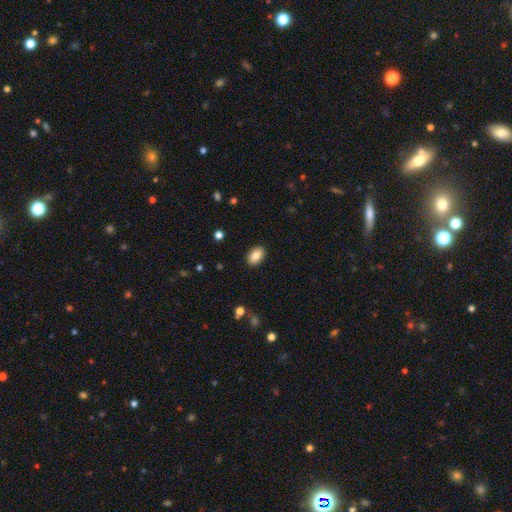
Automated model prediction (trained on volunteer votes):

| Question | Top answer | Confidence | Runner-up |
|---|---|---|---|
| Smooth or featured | smooth | 85% | star or artifact (8%) |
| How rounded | in between | 90% | round (9%) |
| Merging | none | 89% | minor disturbance (8%) |